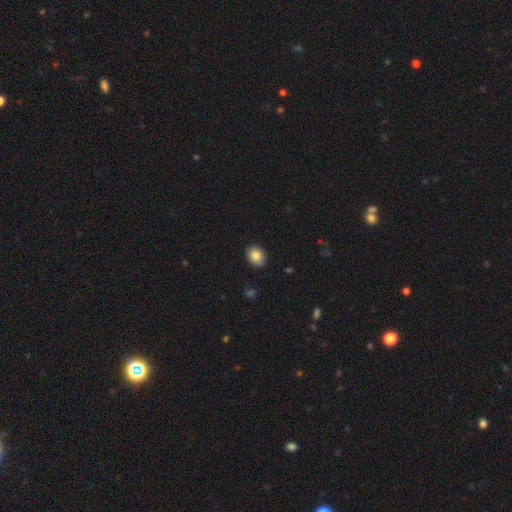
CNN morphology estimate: smooth 86%, star or artifact 8%, featured or disk 6%. Down the decision tree: how rounded — in between (62%); merging — none (90%).